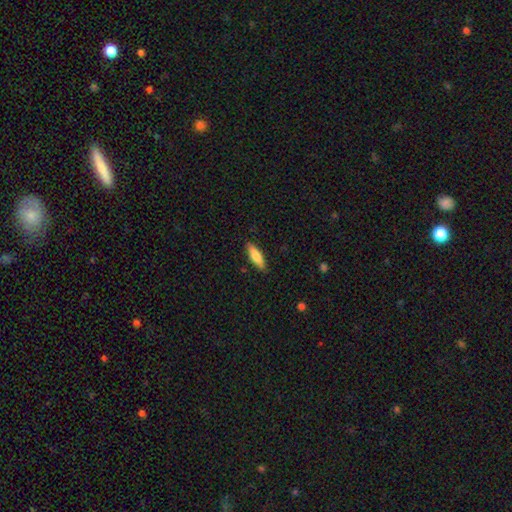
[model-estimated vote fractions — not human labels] This is likely a smooth galaxy (79%). How rounded: possibly cigar-shaped (54%). Merging: clearly none (87%).